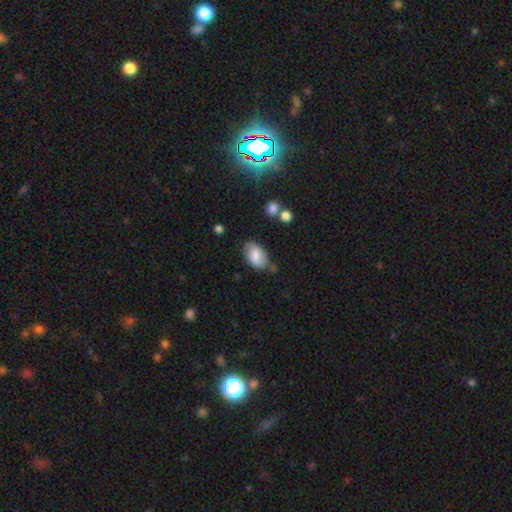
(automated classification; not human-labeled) Q: Smooth or featured?
A: smooth (80%); runner-up: featured or disk (13%)
Q: How rounded?
A: in between (93%); runner-up: round (6%)
Q: Merging?
A: none (66%); runner-up: minor disturbance (23%)